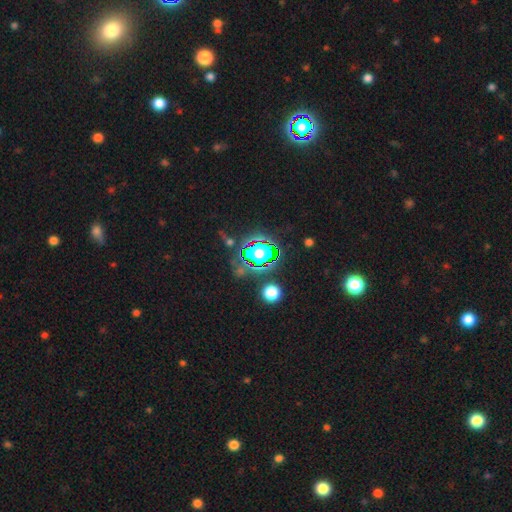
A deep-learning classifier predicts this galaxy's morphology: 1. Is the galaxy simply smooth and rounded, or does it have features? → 80% star or artifact, 12% smooth, 8% featured or disk.